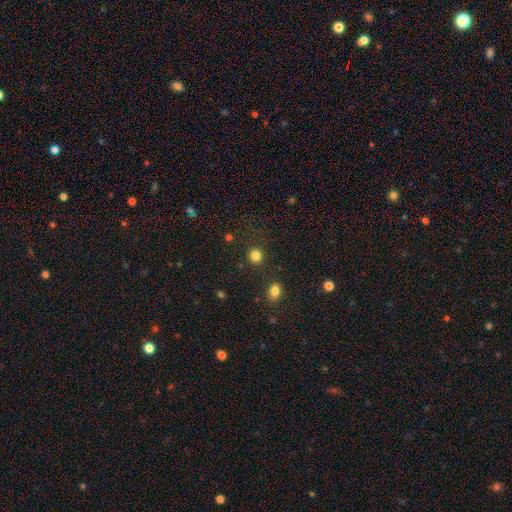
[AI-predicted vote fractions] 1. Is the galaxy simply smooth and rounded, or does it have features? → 82% smooth, 13% star or artifact, 4% featured or disk.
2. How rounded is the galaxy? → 90% round, 9% in between, 1% cigar-shaped.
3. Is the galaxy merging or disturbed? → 87% none, 7% minor disturbance, 3% merger, 3% major disturbance.